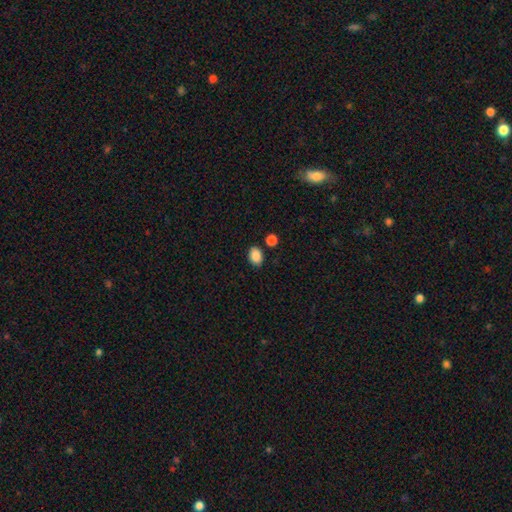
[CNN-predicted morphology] Smooth or featured: smooth — 88% (star or artifact — 8%)
How rounded: in between — 73% (round — 26%)
Merging: none — 83% (minor disturbance — 10%)